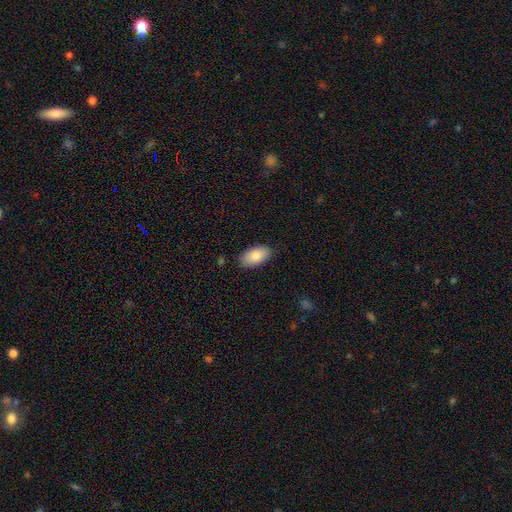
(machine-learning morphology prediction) smooth 87%, featured or disk 7%, star or artifact 6%. Down the decision tree: how rounded — in between (95%); merging — none (86%).